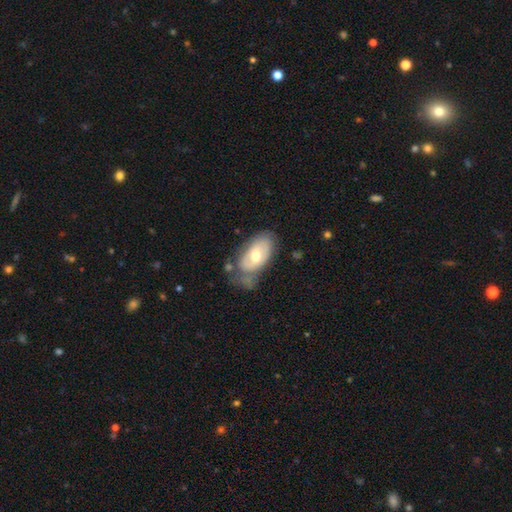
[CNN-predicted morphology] This is possibly a smooth galaxy (51%). How rounded: clearly in between (92%). Merging: possibly none (46%).